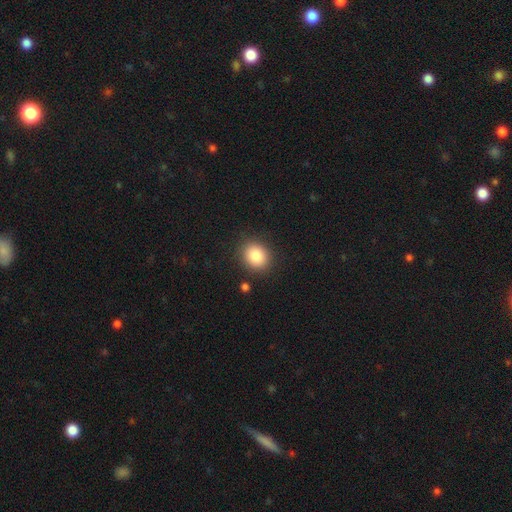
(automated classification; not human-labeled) Overall: smooth (84%). How rounded: round (66%; in between 33%). Merging: none (87%).